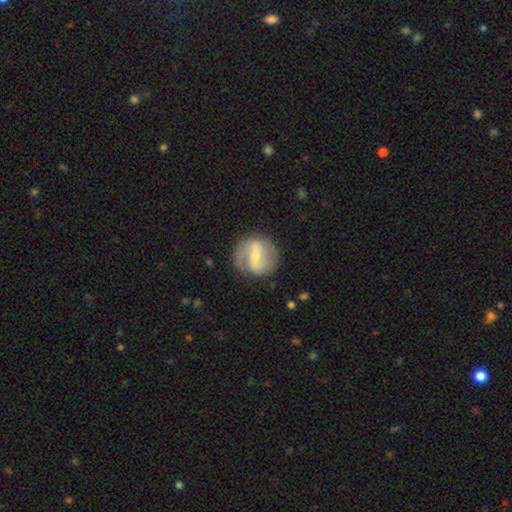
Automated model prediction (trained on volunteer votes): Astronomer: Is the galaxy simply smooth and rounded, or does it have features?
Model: featured or disk — 70%.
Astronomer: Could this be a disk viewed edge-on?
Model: no — 97%.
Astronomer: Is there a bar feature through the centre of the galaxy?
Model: weak — 44% (runner-up: strong, 39%).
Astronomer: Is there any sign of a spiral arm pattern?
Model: yes — 84%.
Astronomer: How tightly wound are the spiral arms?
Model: medium — 46% (runner-up: loose, 31%).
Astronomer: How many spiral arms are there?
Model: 2 — 85%.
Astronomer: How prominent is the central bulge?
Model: small — 50% (runner-up: moderate, 42%).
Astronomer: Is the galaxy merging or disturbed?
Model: none — 79%.